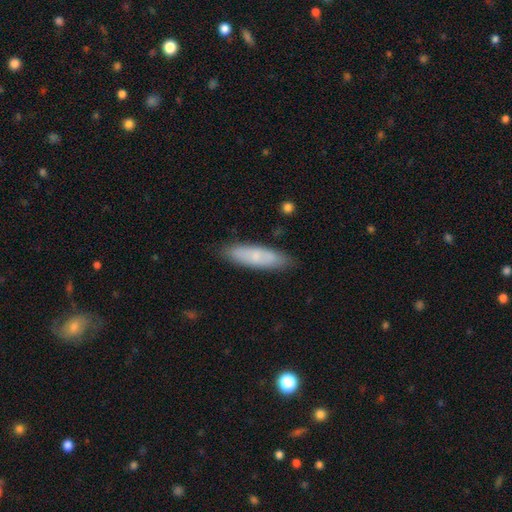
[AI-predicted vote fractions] This appears to be a smooth galaxy with no disk features (66%) that is cigar-shaped (63%). Merging: none (85%).